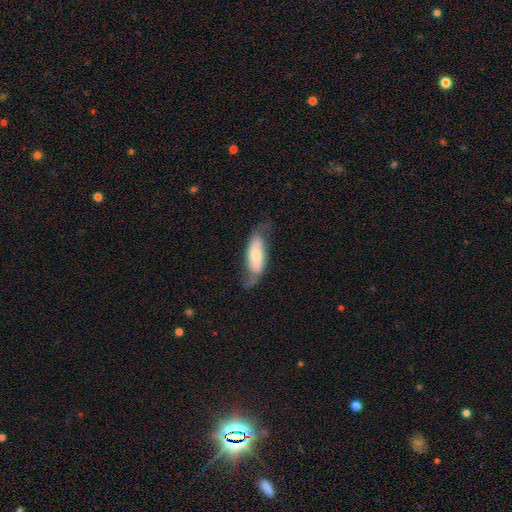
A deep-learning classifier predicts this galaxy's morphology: type=smooth (48%); merging=none (52%).